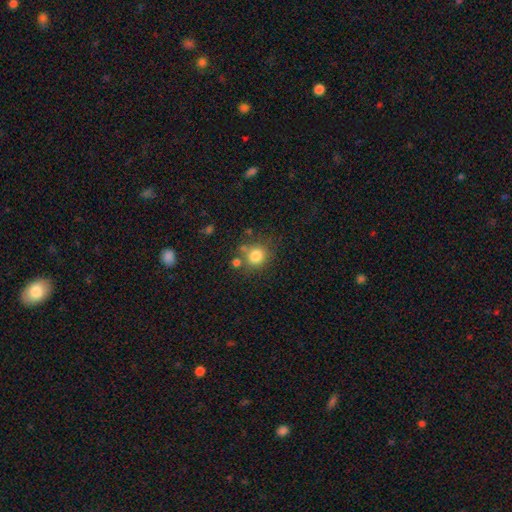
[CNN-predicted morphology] The model was most divided on "merging": none: 71%, minor disturbance: 12%, merger: 12%, major disturbance: 4%. More confident: how rounded — round (84%); smooth or featured — smooth (81%).